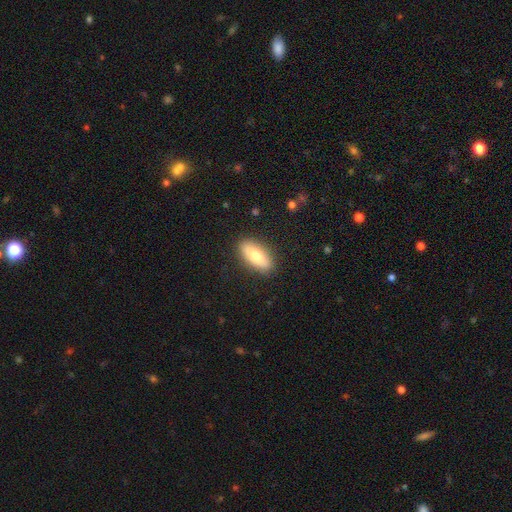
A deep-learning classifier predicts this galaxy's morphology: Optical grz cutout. It shows a smooth galaxy with no disk features (73%) that is in between round and cigar-shaped (79%). Merging: none (87%).